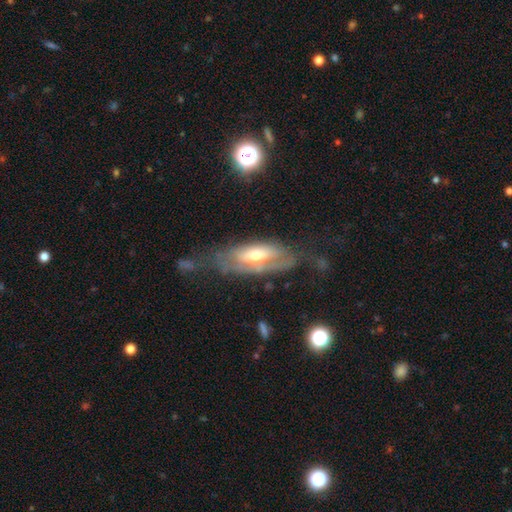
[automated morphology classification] This appears to be a featured or disk galaxy (65%). Merging: none (44%).